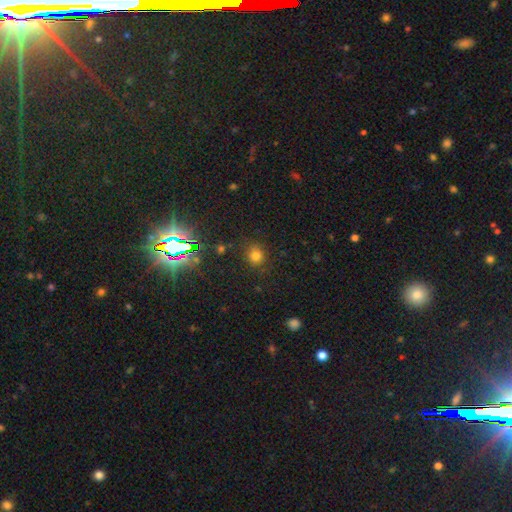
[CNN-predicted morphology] Smooth or featured? Predicted: smooth (p=0.73). How rounded? Predicted: round (p=0.81). Merging? Predicted: none (p=0.81).